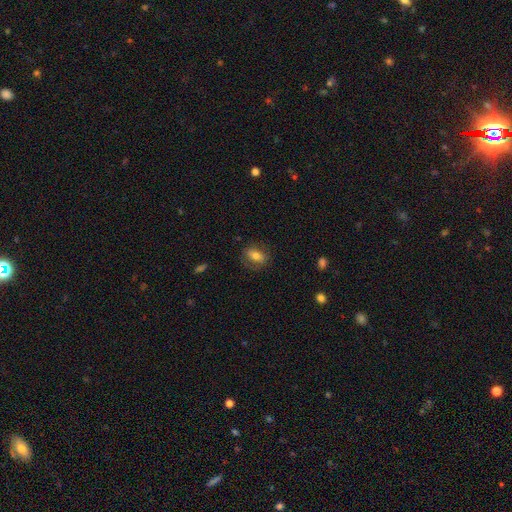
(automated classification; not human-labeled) Q: Smooth or featured?
A: smooth (66%); runner-up: featured or disk (26%)
Q: How rounded?
A: in between (76%); runner-up: round (21%)
Q: Merging?
A: none (74%); runner-up: minor disturbance (17%)